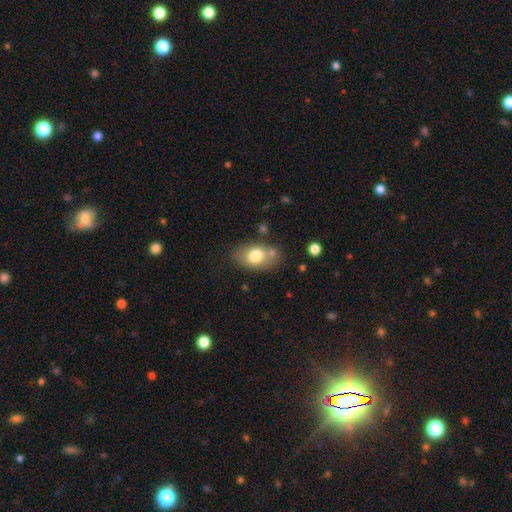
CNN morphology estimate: A smooth galaxy with no disk features (76%) that is in between round and cigar-shaped (82%).

Vote fractions:
- Smooth or featured? smooth: 76% / featured or disk: 16% / star or artifact: 8%
- How rounded? in between: 82% / round: 17% / cigar-shaped: 2%
- Merging? none: 68% / minor disturbance: 17% / merger: 10% / major disturbance: 5%